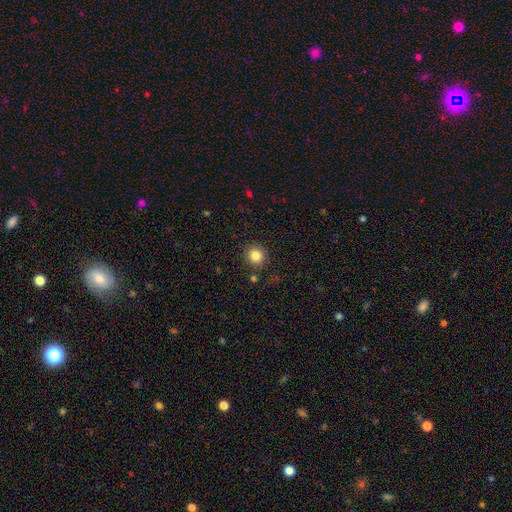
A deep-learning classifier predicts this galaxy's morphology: Smooth or featured? smooth (83%)
How rounded? round (91%)
Merging? none (88%)